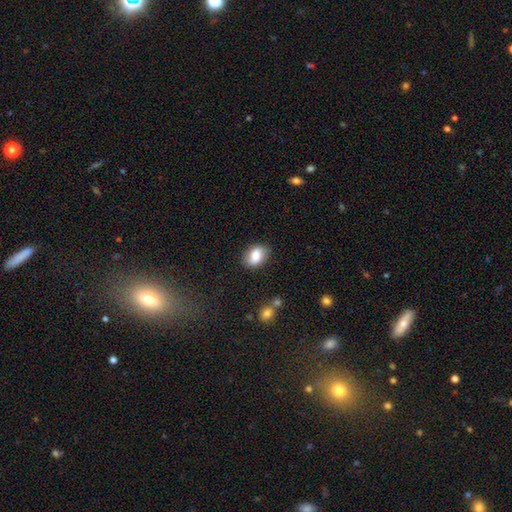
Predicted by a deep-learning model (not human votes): Overall: smooth (77%). How rounded: in between (79%). Merging: none (80%).